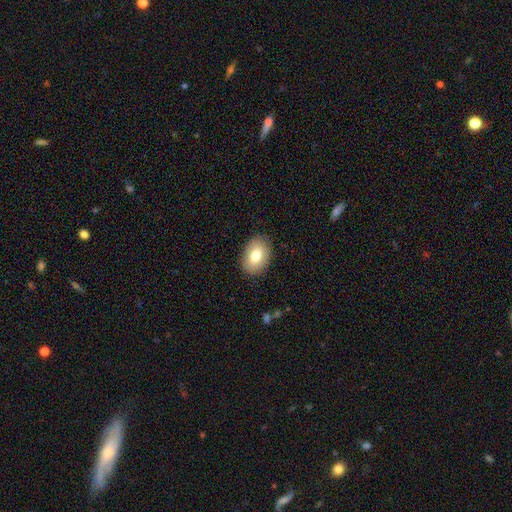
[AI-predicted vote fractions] This is likely a smooth galaxy (78%). How rounded: clearly in between (83%). Merging: clearly none (87%).